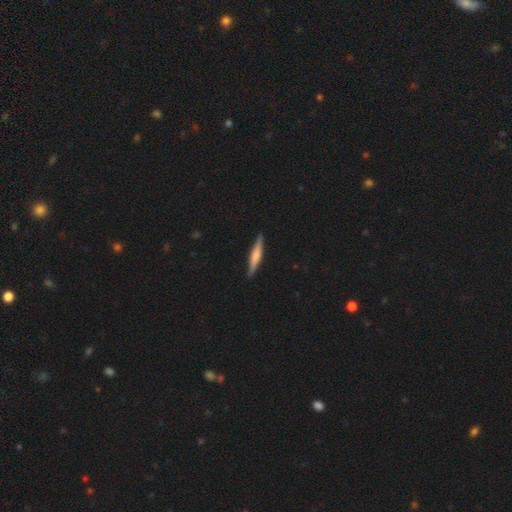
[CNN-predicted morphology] smooth-or-featured: featured or disk: 49% | smooth: 45% | star or artifact: 6%
  merging: none: 90% | minor disturbance: 7% | major disturbance: 1% | merger: 1%